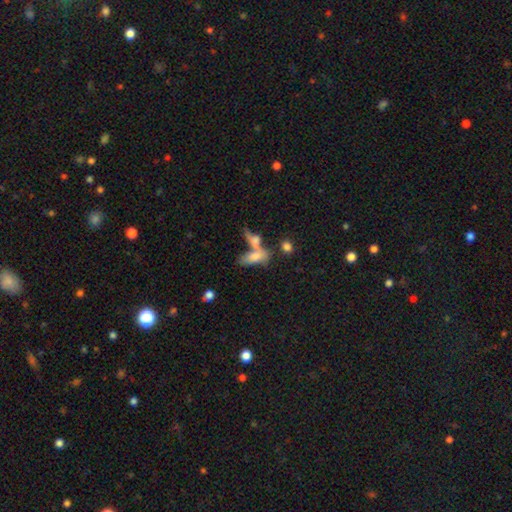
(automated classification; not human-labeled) Smooth or featured: smooth — 68% (featured or disk — 22%)
How rounded: in between — 70% (cigar-shaped — 25%)
Merging: merger — 48% (none — 33%)